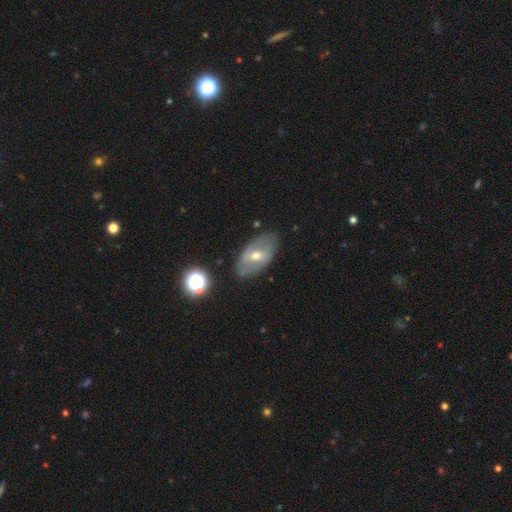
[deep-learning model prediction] Smooth or featured: featured or disk — 54% (smooth — 38%)
Edge-on disk: no — 87% (yes — 13%)
Merging: none — 78% (minor disturbance — 15%)